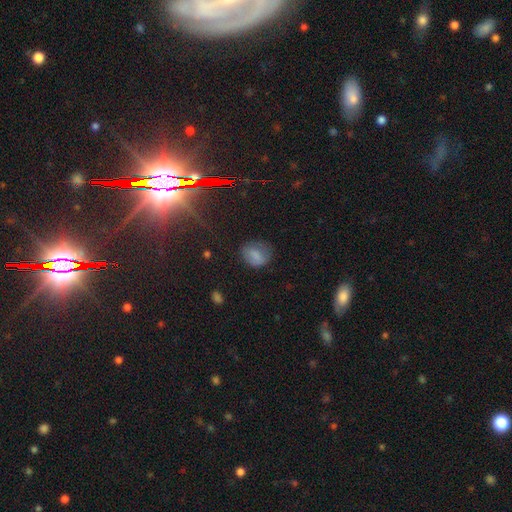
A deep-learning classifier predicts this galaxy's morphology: Smooth or featured? Predicted: smooth (p=0.75). How rounded? Predicted: round (p=0.52). Merging? Predicted: none (p=0.64).